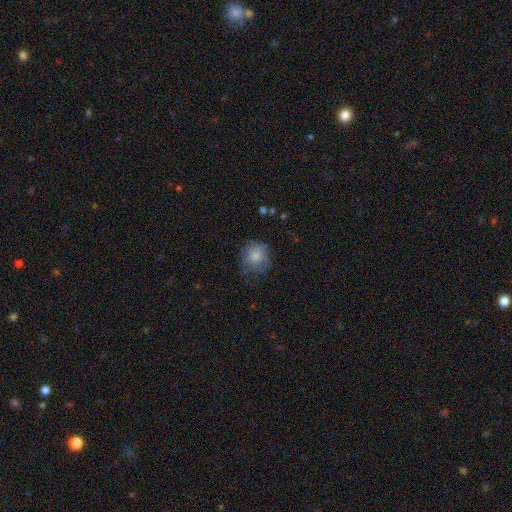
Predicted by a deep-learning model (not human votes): This is likely a smooth galaxy (79%). How rounded: clearly round (85%). Merging: possibly none (59%).